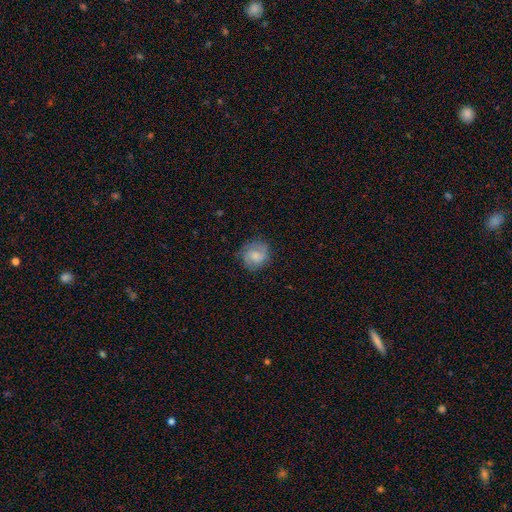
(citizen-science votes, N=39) Volunteers were most divided on "smooth or featured": smooth: 56%, featured or disk: 36%, star or artifact: 8%. More confident: how rounded — round (86%); merging — none (83%).